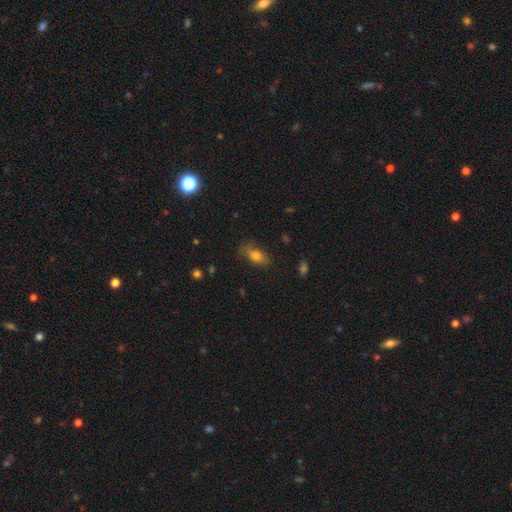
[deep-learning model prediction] A smooth galaxy with no disk features (76%) that is in between round and cigar-shaped (81%).

Vote fractions:
- Smooth or featured? smooth: 76% / featured or disk: 14% / star or artifact: 10%
- How rounded? in between: 81% / cigar-shaped: 11% / round: 8%
- Merging? none: 69% / minor disturbance: 22% / major disturbance: 7% / merger: 2%